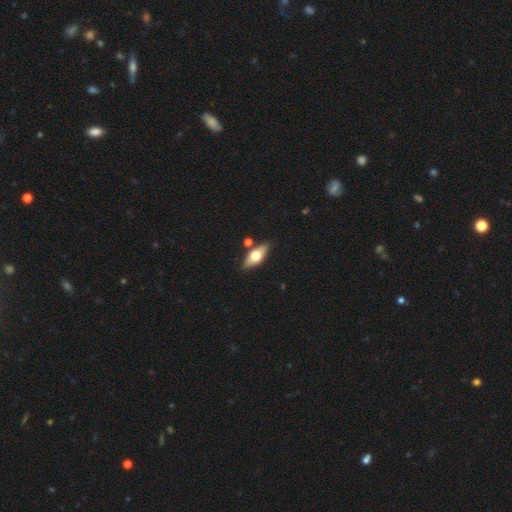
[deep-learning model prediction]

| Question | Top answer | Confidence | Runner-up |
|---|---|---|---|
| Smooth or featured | smooth | 52% | featured or disk (41%) |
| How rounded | in between | 73% | cigar-shaped (23%) |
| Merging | none | 81% | minor disturbance (11%) |